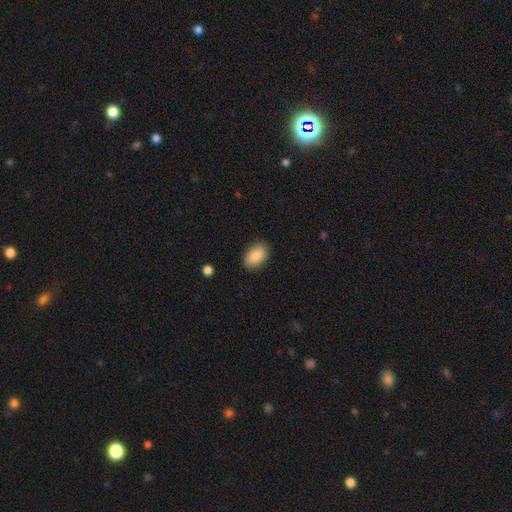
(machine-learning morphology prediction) Smooth or featured? Predicted: smooth (p=0.88). How rounded? Predicted: in between (p=0.91). Merging? Predicted: none (p=0.86).